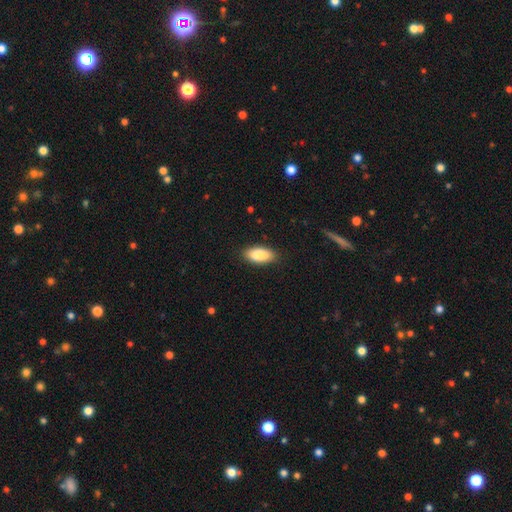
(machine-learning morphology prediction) Smooth or featured? Predicted: smooth (p=0.88). How rounded? Predicted: in between (p=0.89). Merging? Predicted: none (p=0.87).